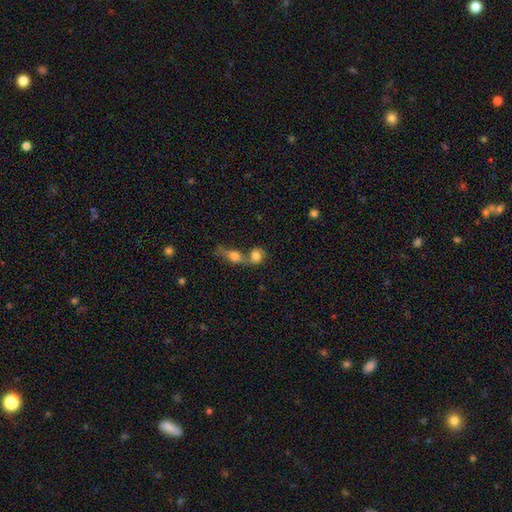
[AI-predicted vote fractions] smooth-or-featured: smooth: 69% | featured or disk: 22% | star or artifact: 9%
  how-rounded: round: 66% | in between: 31% | cigar-shaped: 3%
  merging: merger: 66% | none: 23% | minor disturbance: 7% | major disturbance: 5%